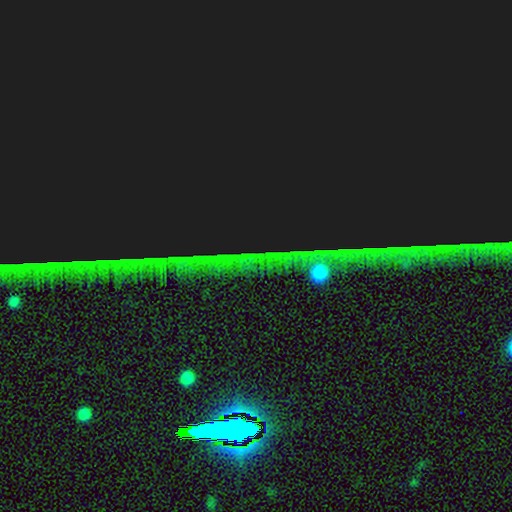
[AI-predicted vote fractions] The model was most divided on "smooth or featured": star or artifact: 80%, smooth: 11%, featured or disk: 10%.